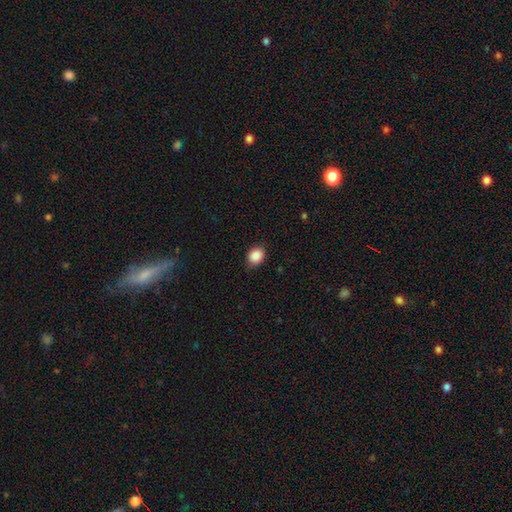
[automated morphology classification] Smooth or featured?
  - smooth: 88% *
  - star or artifact: 9%
  - featured or disk: 3%
How rounded?
  - round: 55% *
  - in between: 44%
  - cigar-shaped: 1%
Merging?
  - none: 84% *
  - minor disturbance: 12%
  - major disturbance: 3%
  - merger: 1%